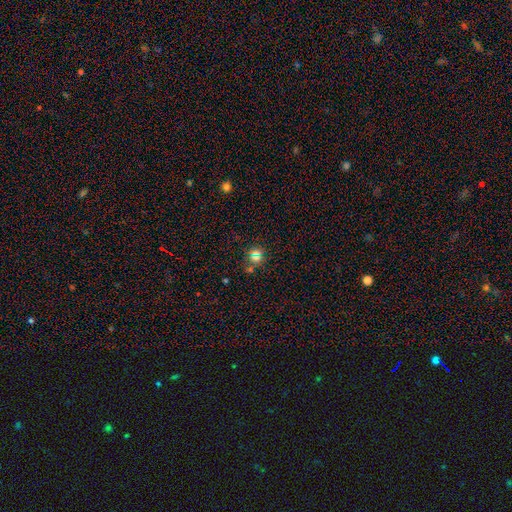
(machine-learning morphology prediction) smooth_or_featured: smooth (p=0.45) [alt: star or artifact p=0.44]
merging: none (p=0.75) [alt: merger p=0.11]